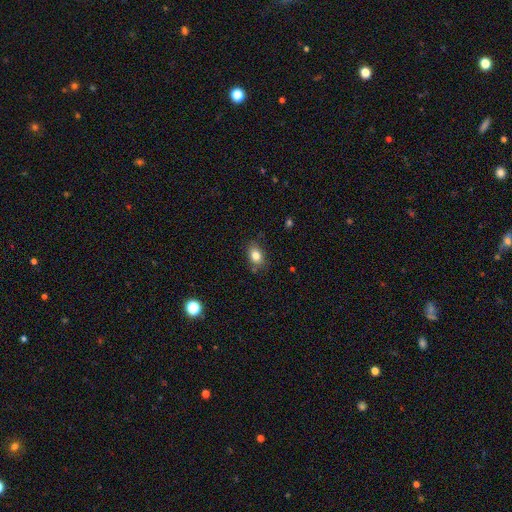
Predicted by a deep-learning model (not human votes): Smooth or featured? Predicted: smooth (p=0.82). How rounded? Predicted: in between (p=0.75). Merging? Predicted: none (p=0.79).